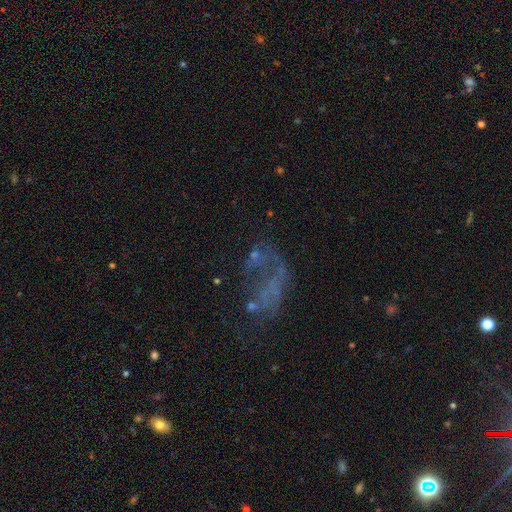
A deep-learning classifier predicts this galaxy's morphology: Smooth or featured? Predicted: featured or disk (p=0.51). Edge-on disk? Predicted: no (p=0.97). Merging? Predicted: major disturbance (p=0.43).